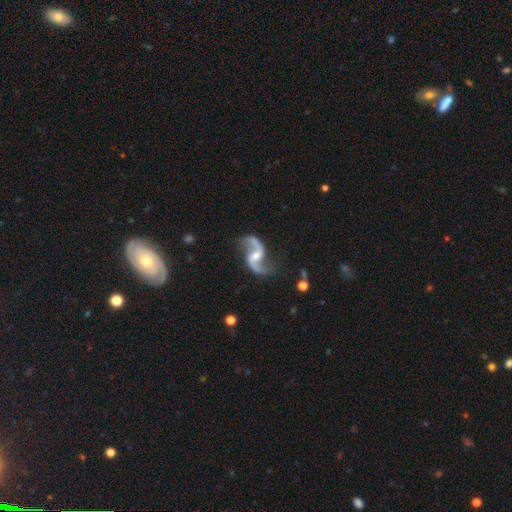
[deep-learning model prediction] The model was most divided on "bar": weak: 40%, no: 39%, strong: 20%. Remaining: edge-on disk — no (98%); spiral arms — yes (98%); spiral arm count — 2 (95%); smooth or featured — featured or disk (93%); spiral winding — loose (80%); merging — none (79%); bulge size — moderate (49%).